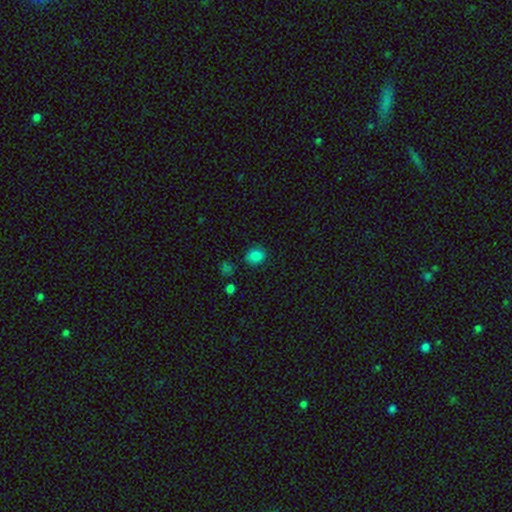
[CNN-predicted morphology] Smooth or featured? Predicted: smooth (p=0.82). How rounded? Predicted: round (p=0.61). Merging? Predicted: none (p=0.76).